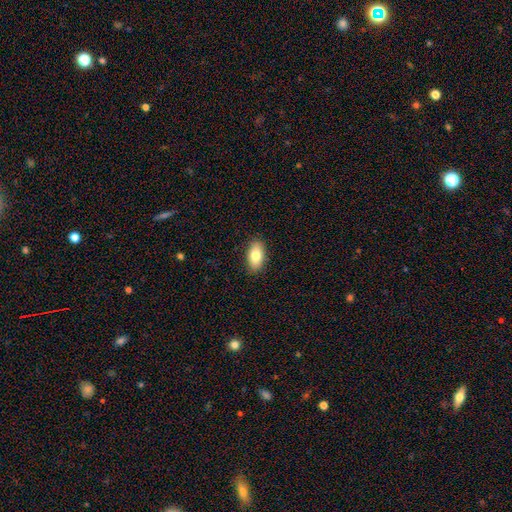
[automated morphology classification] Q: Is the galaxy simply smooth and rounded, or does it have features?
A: smooth — 81%.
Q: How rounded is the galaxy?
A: in between — 92%.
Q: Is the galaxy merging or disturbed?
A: none — 89%.